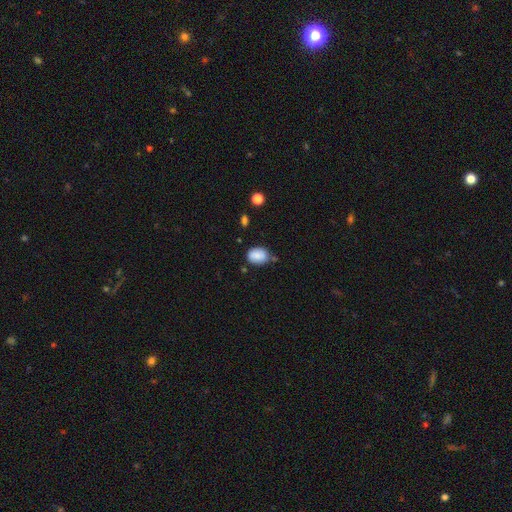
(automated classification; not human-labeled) smooth_or_featured: smooth (p=0.85) [alt: star or artifact p=0.08]
how_rounded: in between (p=0.71) [alt: round p=0.28]
merging: none (p=0.66) [alt: minor disturbance p=0.22]